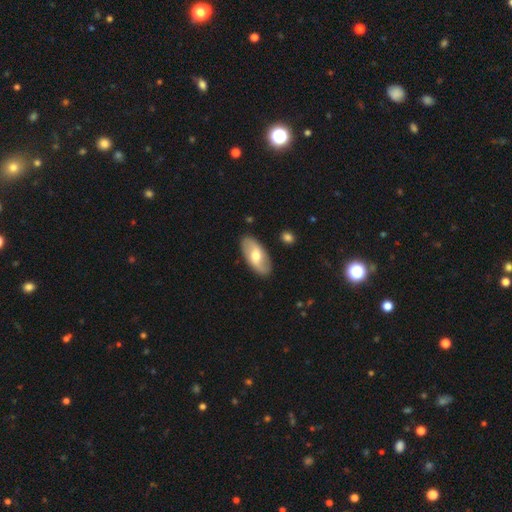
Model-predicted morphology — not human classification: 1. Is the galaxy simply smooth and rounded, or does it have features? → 50% featured or disk, 45% smooth, 5% star or artifact.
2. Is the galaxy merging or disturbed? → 87% none, 9% minor disturbance, 2% major disturbance, 1% merger.